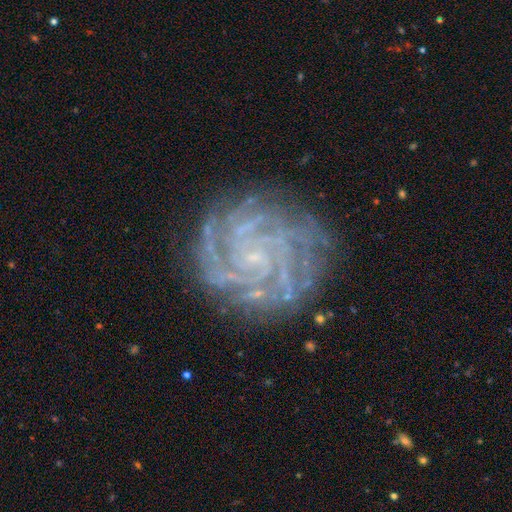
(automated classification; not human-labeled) smooth_or_featured: featured or disk (p=0.88) [alt: star or artifact p=0.07]
disk_edge_on: no (p=0.98) [alt: yes p=0.02]
bar: no (p=0.68) [alt: weak p=0.22]
has_spiral_arms: yes (p=0.98) [alt: no p=0.02]
spiral_winding: tight (p=0.80) [alt: medium p=0.18]
spiral_arm_count: 4 (p=0.27) [alt: more than 4 p=0.22]
bulge_size: small (p=0.80) [alt: none p=0.12]
merging: none (p=0.80) [alt: minor disturbance p=0.13]